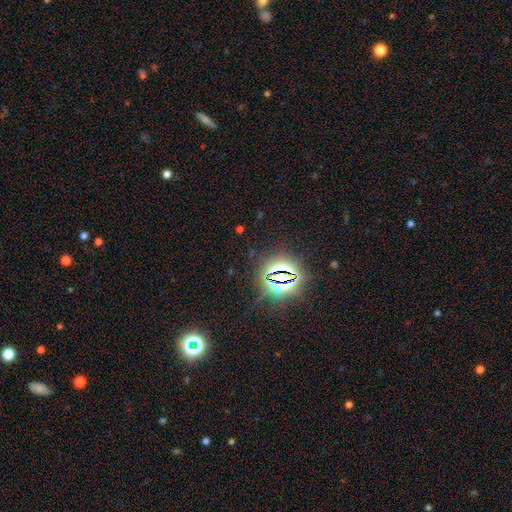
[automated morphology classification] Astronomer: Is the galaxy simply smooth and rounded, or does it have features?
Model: star or artifact — 81%.